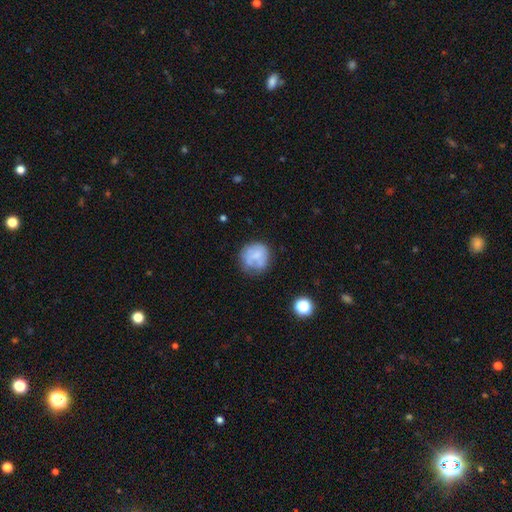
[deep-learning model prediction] smooth-or-featured: smooth: 57% | featured or disk: 33% | star or artifact: 10%
  how-rounded: round: 87% | in between: 12% | cigar-shaped: 1%
  merging: none: 59% | minor disturbance: 24% | major disturbance: 13% | merger: 4%